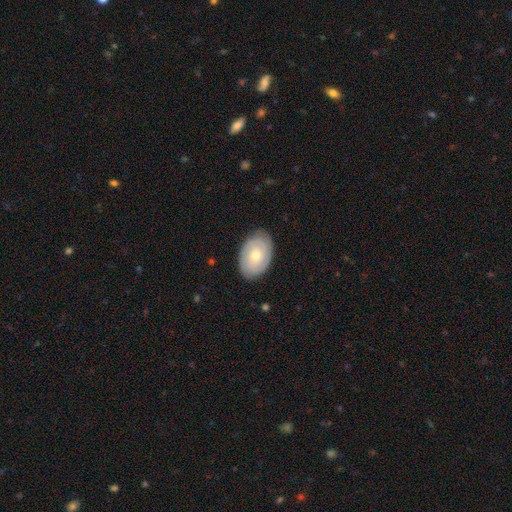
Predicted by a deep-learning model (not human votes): This is possibly a featured or disk galaxy (51%). It is clearly not viewed edge-on (94%). Merging: clearly none (83%).